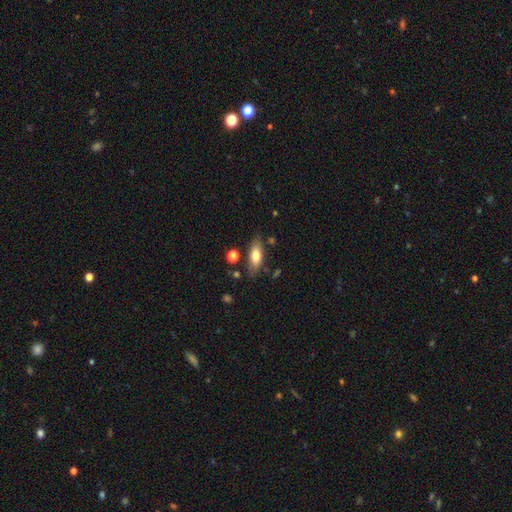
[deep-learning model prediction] Smooth or featured? smooth (72%)
How rounded? in between (72%)
Merging? none (76%)